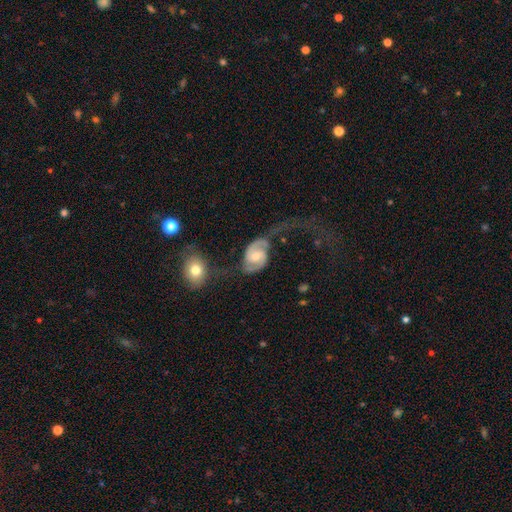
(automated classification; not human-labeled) Morphology: type=featured or disk (84%); edge-on=no (98%); bar=weak (47%); spiral arms=yes (95%); winding=medium (45%); arm count=2 (90%); bulge=moderate (59%); merging=none (40%).